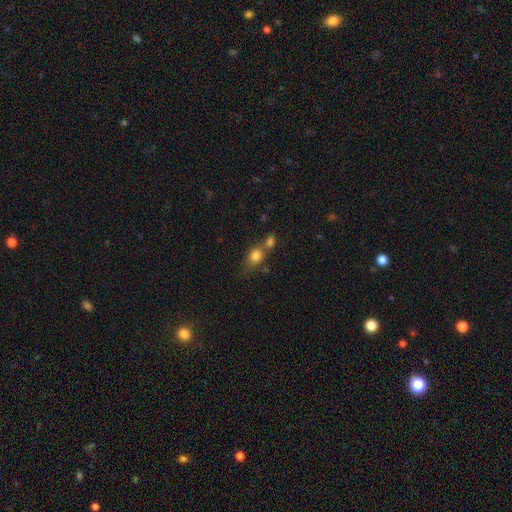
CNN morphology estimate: This appears to be a smooth galaxy with no disk features (78%) that is in between round and cigar-shaped (48%, tied with round). Merging: merger (48%).